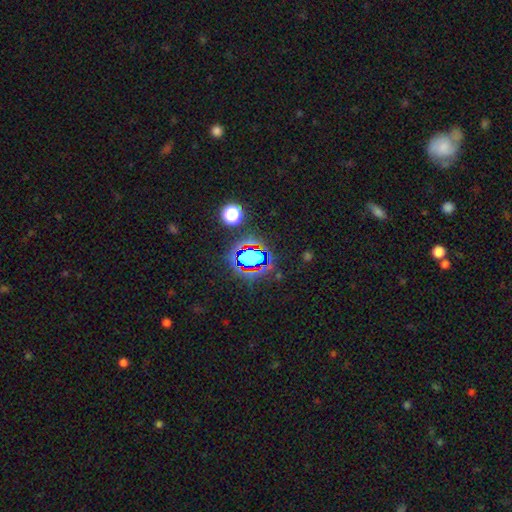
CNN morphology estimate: This appears to be a star or artifact, not a galaxy (62%).